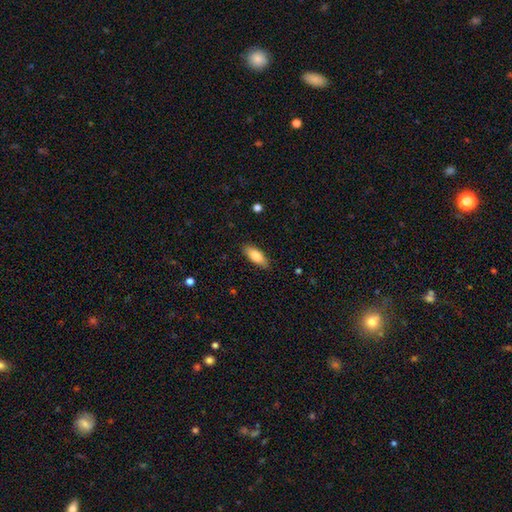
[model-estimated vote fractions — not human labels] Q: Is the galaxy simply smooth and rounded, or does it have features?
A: smooth — 82%.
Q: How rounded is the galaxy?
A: in between — 74%.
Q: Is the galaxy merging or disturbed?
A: none — 87%.